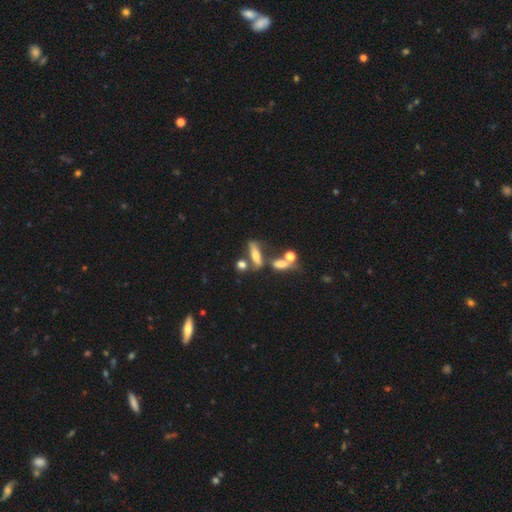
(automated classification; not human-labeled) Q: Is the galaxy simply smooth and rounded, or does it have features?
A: smooth — 49%.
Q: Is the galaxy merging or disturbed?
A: none — 49%.